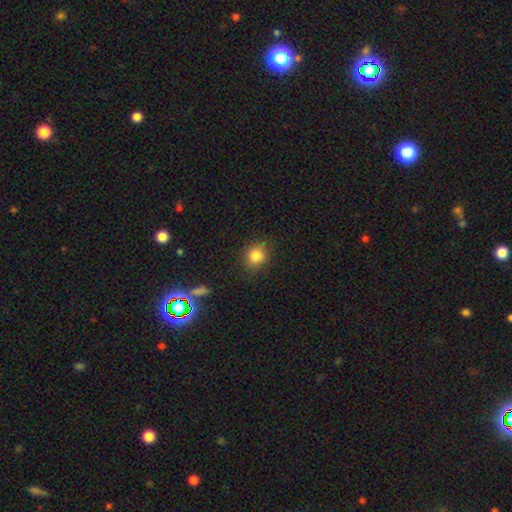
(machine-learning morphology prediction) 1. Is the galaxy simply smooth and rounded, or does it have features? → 83% smooth, 11% star or artifact, 6% featured or disk.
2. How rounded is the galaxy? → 71% round, 27% in between, 1% cigar-shaped.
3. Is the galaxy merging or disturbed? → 81% none, 14% minor disturbance, 4% major disturbance, 2% merger.